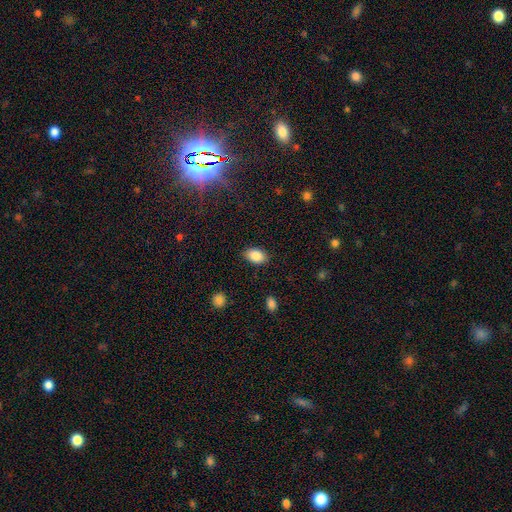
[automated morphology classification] type=smooth (88%); roundness=in between (87%); merging=none (86%).